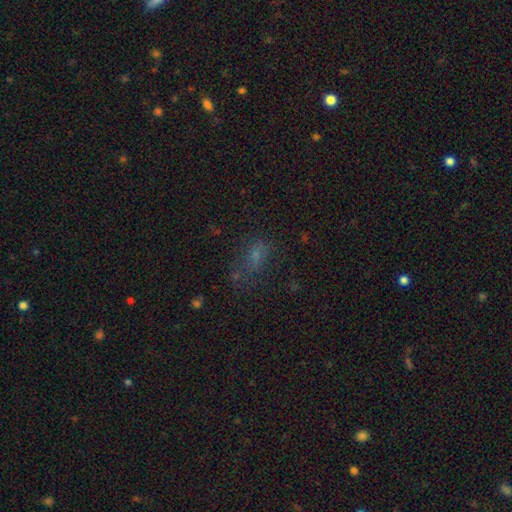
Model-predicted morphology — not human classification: Smooth or featured? Predicted: smooth (p=0.56). How rounded? Predicted: in between (p=0.76). Merging? Predicted: none (p=0.48).